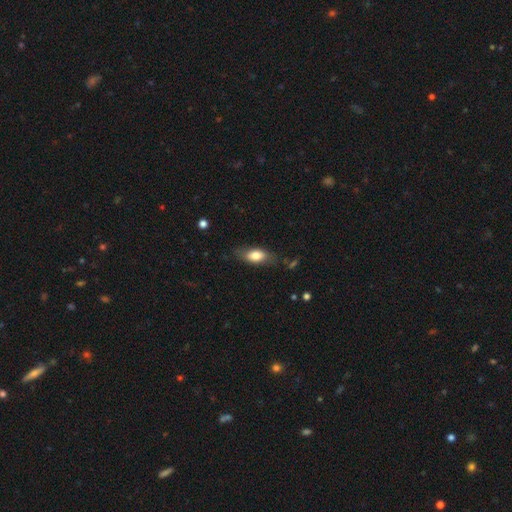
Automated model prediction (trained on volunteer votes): This appears to be a smooth galaxy with no disk features (77%) that is in between round and cigar-shaped (82%). Merging: none (73%).